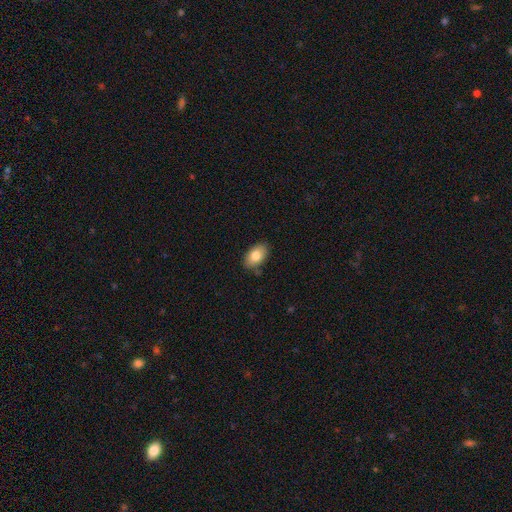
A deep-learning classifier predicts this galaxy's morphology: smooth 81%, featured or disk 12%, star or artifact 7%. Down the decision tree: how rounded — in between (89%); merging — none (83%).